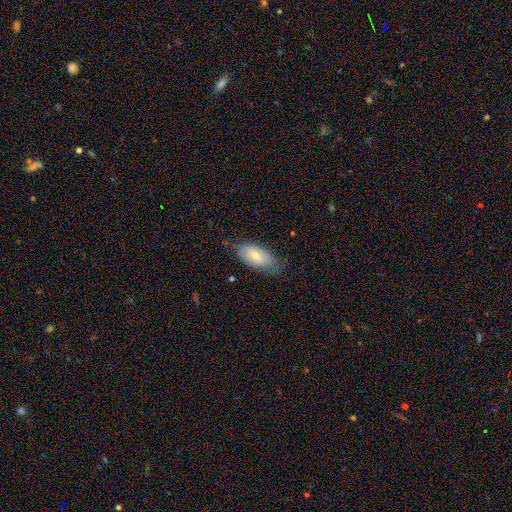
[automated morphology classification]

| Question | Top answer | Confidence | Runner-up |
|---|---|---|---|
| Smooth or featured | smooth | 69% | featured or disk (25%) |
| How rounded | in between | 92% | cigar-shaped (5%) |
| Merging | none | 67% | minor disturbance (26%) |